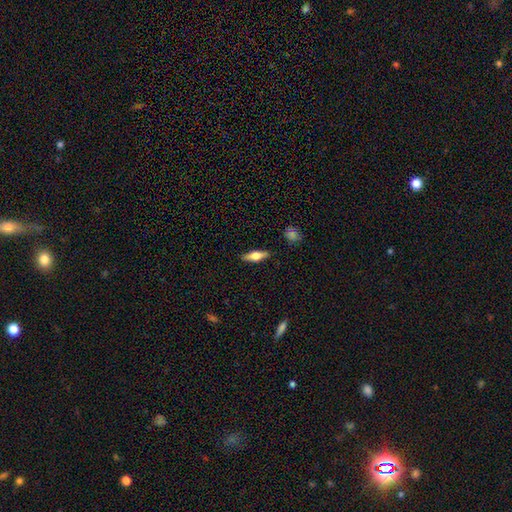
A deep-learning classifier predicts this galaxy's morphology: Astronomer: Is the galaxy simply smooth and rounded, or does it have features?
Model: smooth — 49% (runner-up: featured or disk, 45%).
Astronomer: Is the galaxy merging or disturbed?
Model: none — 88%.